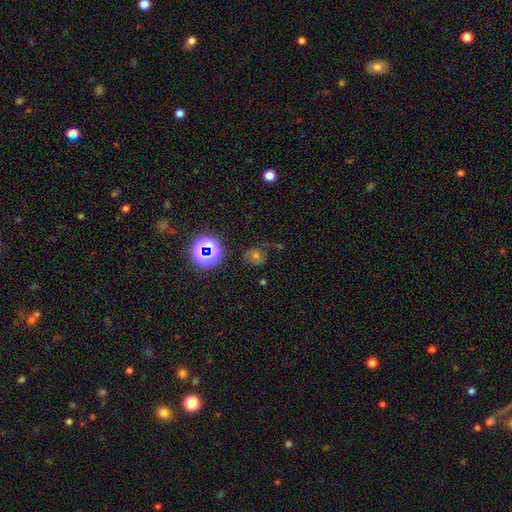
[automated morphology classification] This is marginally a smooth galaxy (40%). Merging: likely none (68%).